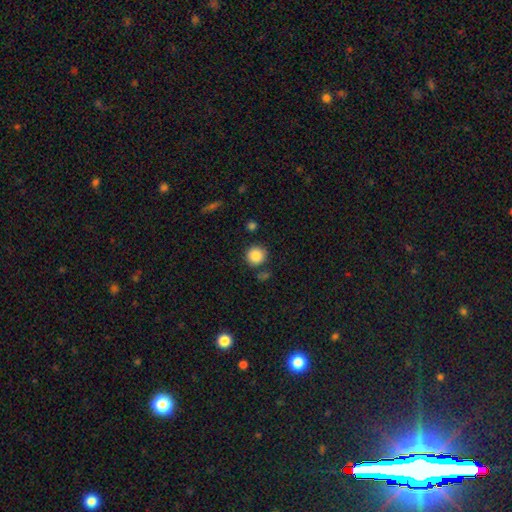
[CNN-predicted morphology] The model was most divided on "merging": none: 82%, minor disturbance: 9%, merger: 6%, major disturbance: 3%. More confident: how rounded — round (93%); smooth or featured — smooth (86%).